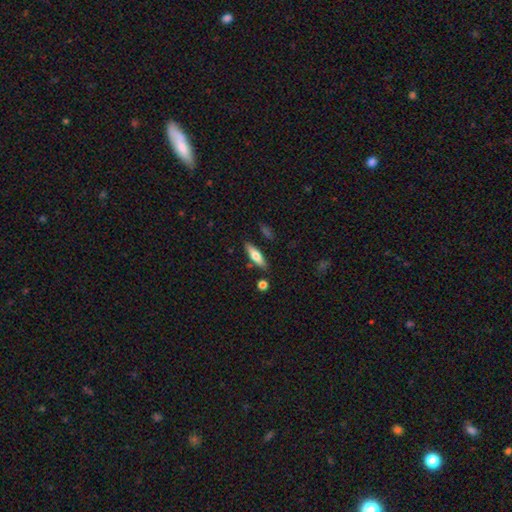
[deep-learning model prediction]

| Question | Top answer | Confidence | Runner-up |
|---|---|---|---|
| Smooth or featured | smooth | 57% | featured or disk (37%) |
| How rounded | cigar-shaped | 63% | in between (35%) |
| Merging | none | 83% | minor disturbance (10%) |